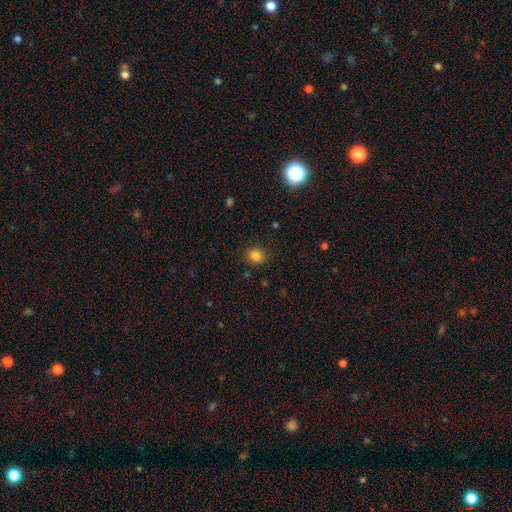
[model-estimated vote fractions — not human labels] Smooth or featured? Predicted: smooth (p=0.83). How rounded? Predicted: round (p=0.74). Merging? Predicted: none (p=0.87).